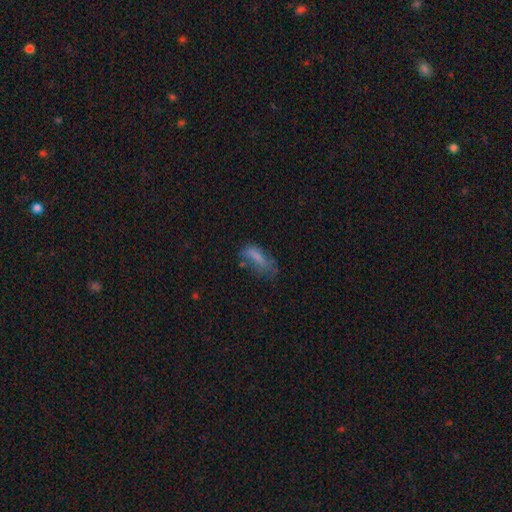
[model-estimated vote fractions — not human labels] smooth_or_featured: smooth (p=0.64) [alt: featured or disk p=0.24]
how_rounded: in between (p=0.62) [alt: cigar-shaped p=0.34]
merging: none (p=0.40) [alt: minor disturbance p=0.29]